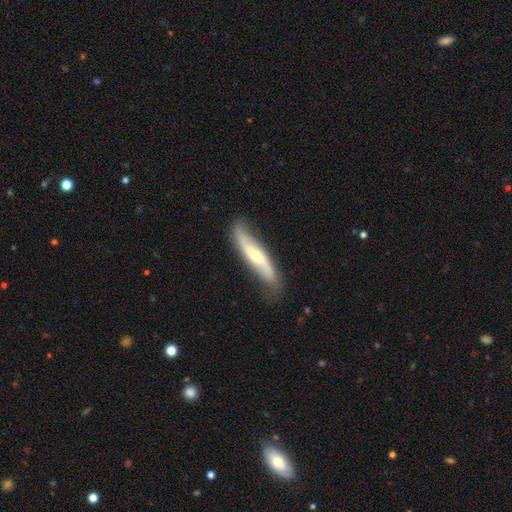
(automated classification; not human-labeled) featured or disk 68%, smooth 27%, star or artifact 5%. Down the decision tree: edge-on disk — no (60%); merging — none (76%).